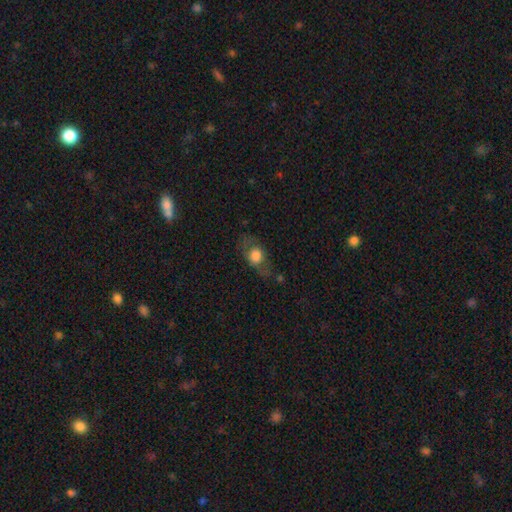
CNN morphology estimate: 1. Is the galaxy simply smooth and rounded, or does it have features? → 60% smooth, 29% featured or disk, 10% star or artifact.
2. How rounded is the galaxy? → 60% in between, 35% round, 5% cigar-shaped.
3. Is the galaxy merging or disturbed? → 59% none, 22% minor disturbance, 16% major disturbance, 3% merger.